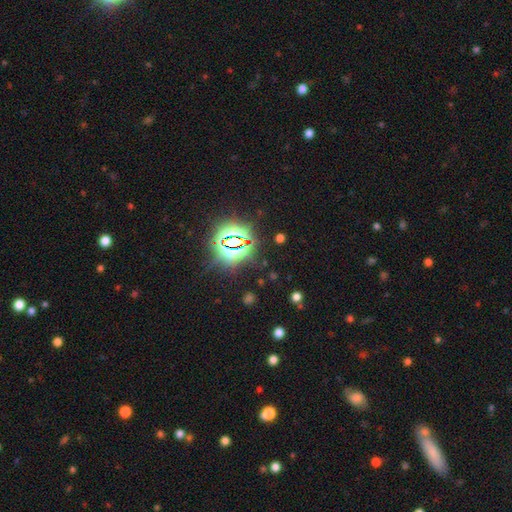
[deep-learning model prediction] This is clearly a star or artifact rather than a galaxy (84%).